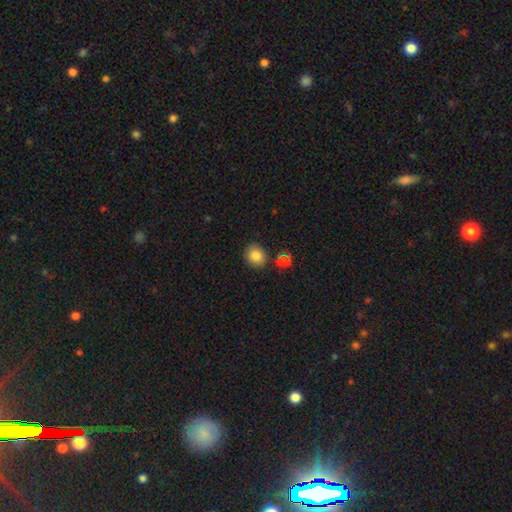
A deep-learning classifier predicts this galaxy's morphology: The model was most divided on "how rounded": round: 69%, in between: 30%, cigar-shaped: 1%. More confident: merging — none (85%); smooth or featured — smooth (83%).